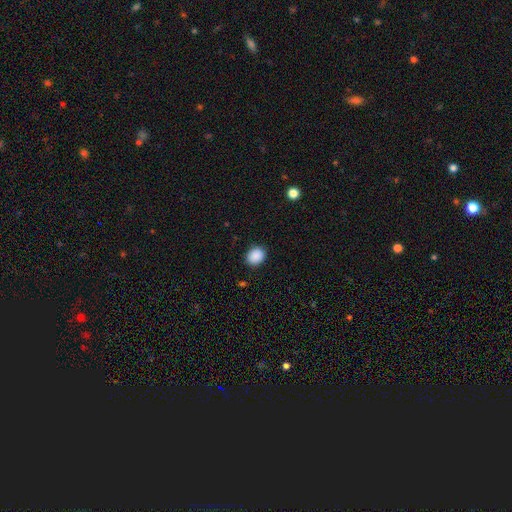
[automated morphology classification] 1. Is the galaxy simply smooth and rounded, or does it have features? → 89% smooth, 8% star or artifact, 2% featured or disk.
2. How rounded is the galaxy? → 56% round, 43% in between, 1% cigar-shaped.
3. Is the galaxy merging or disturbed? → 89% none, 8% minor disturbance, 2% major disturbance, 1% merger.